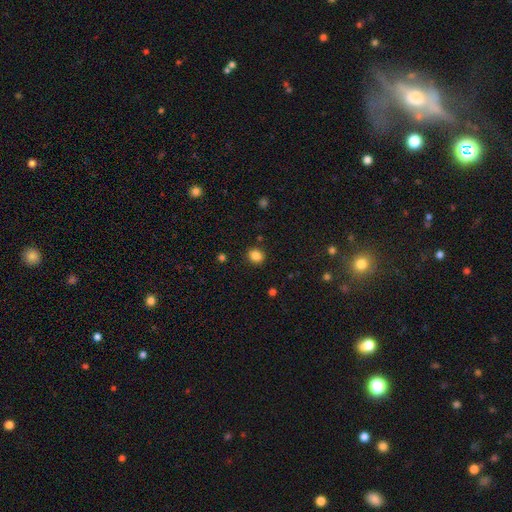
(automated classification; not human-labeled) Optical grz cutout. It shows a smooth galaxy with no disk features (85%) that is round (58%). Merging: none (87%).